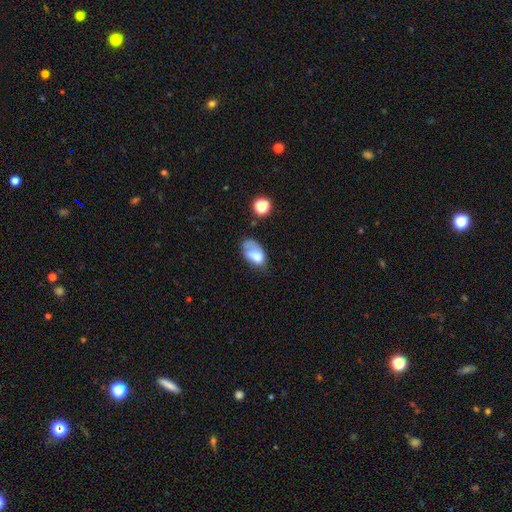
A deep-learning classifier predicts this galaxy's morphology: smooth 73%, featured or disk 18%, star or artifact 10%. Down the decision tree: how rounded — in between (91%); merging — none (38%).